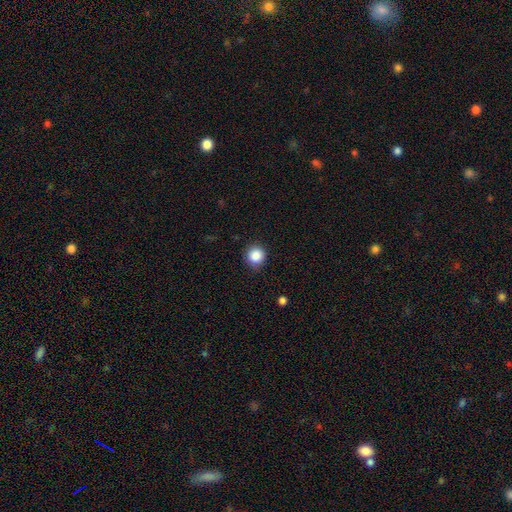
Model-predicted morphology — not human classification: Q: Smooth or featured?
A: smooth (87%); runner-up: star or artifact (10%)
Q: How rounded?
A: round (92%); runner-up: in between (7%)
Q: Merging?
A: none (87%); runner-up: minor disturbance (9%)